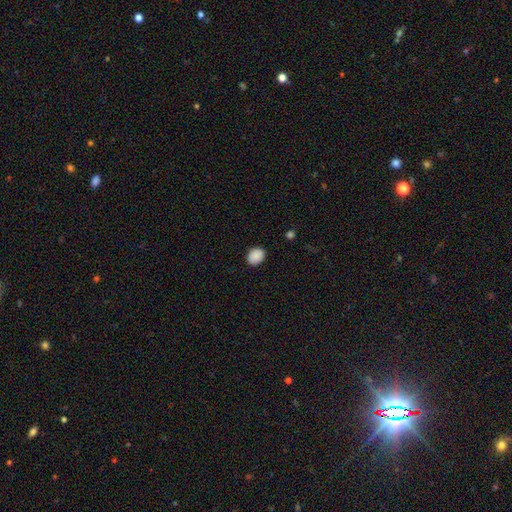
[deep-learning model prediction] Smooth or featured: smooth — 89% (star or artifact — 8%)
How rounded: in between — 54% (round — 45%)
Merging: none — 87% (minor disturbance — 10%)